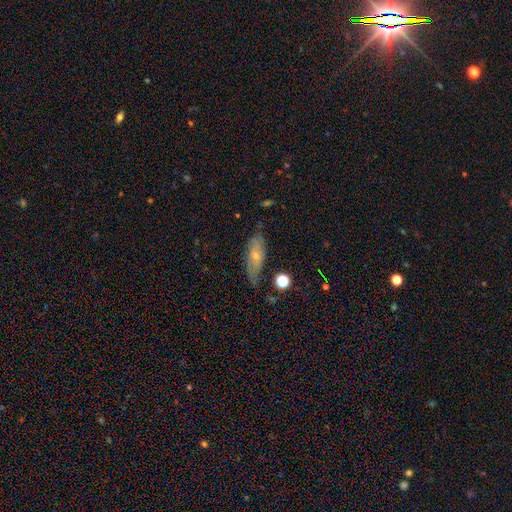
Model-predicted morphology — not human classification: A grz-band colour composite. It shows a featured or disk galaxy (47%). Merging: none (66%).